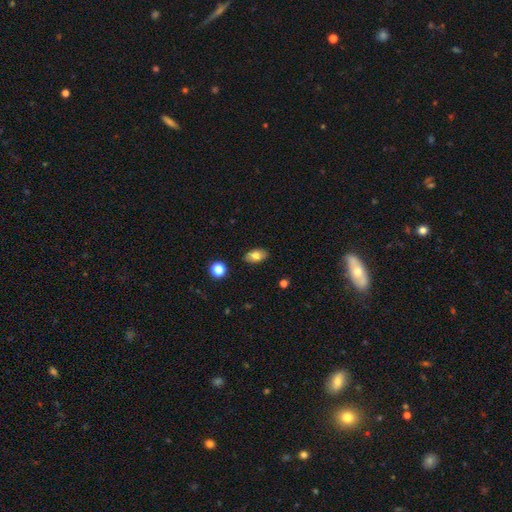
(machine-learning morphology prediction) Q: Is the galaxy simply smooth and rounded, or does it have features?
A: smooth — 78%.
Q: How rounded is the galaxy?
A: in between — 91%.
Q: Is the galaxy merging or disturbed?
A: none — 87%.